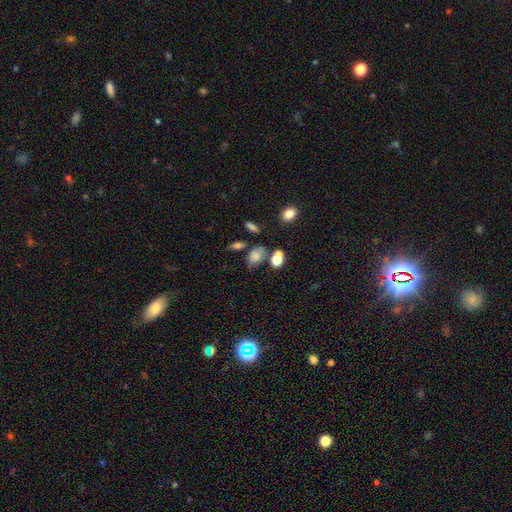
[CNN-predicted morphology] Q: Smooth or featured?
A: smooth (75%); runner-up: star or artifact (14%)
Q: How rounded?
A: in between (75%); runner-up: round (22%)
Q: Merging?
A: none (57%); runner-up: merger (19%)